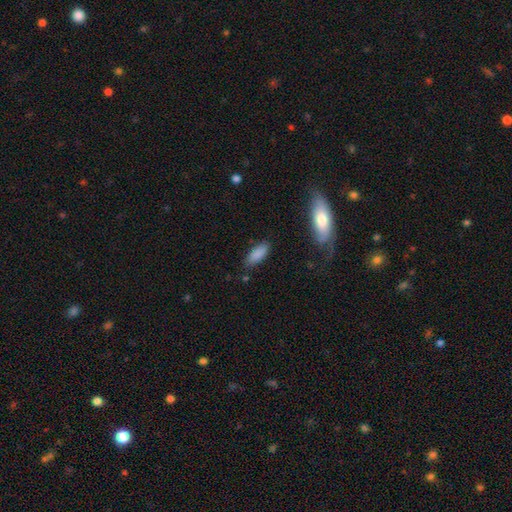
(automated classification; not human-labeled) The model was most divided on "how rounded": in between: 77%, cigar-shaped: 21%, round: 2%. More confident: smooth or featured — smooth (87%); merging — none (79%).